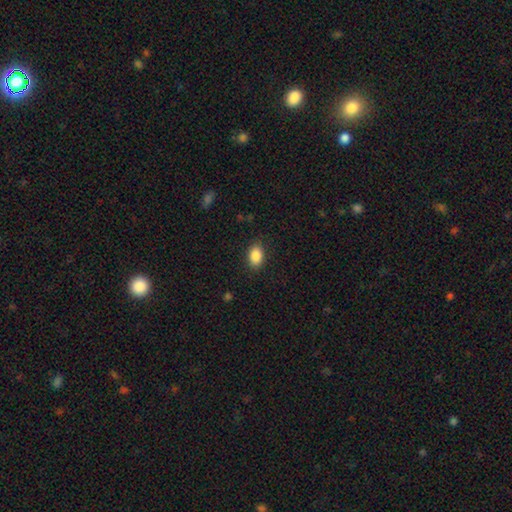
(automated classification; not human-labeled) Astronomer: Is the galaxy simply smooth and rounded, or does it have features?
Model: smooth — 87%.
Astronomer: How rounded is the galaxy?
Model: in between — 85%.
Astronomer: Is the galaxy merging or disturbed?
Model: none — 86%.